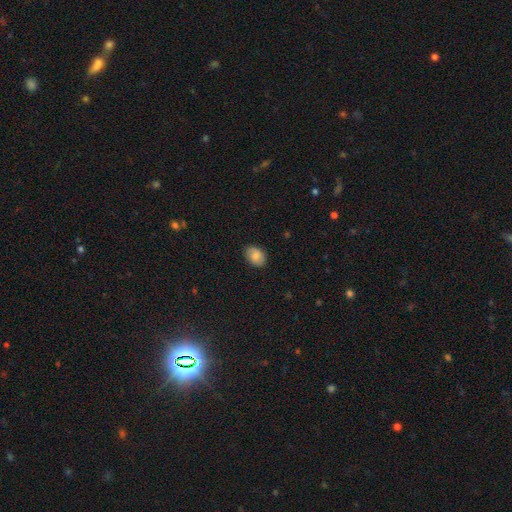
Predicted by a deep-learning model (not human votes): Q: Smooth or featured?
A: smooth (81%); runner-up: featured or disk (12%)
Q: How rounded?
A: in between (80%); runner-up: round (19%)
Q: Merging?
A: none (86%); runner-up: minor disturbance (11%)